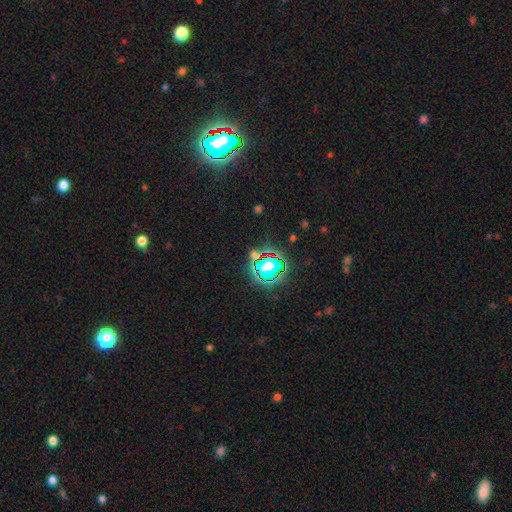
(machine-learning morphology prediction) Q: Smooth or featured?
A: star or artifact (66%); runner-up: smooth (24%)